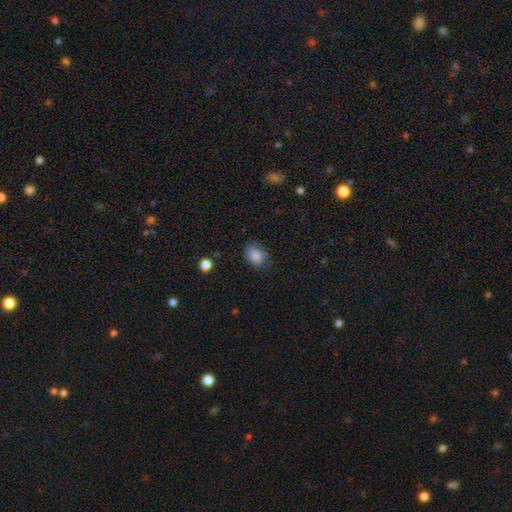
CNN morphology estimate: Smooth or featured? Predicted: smooth (p=0.84). How rounded? Predicted: in between (p=0.65). Merging? Predicted: none (p=0.67).